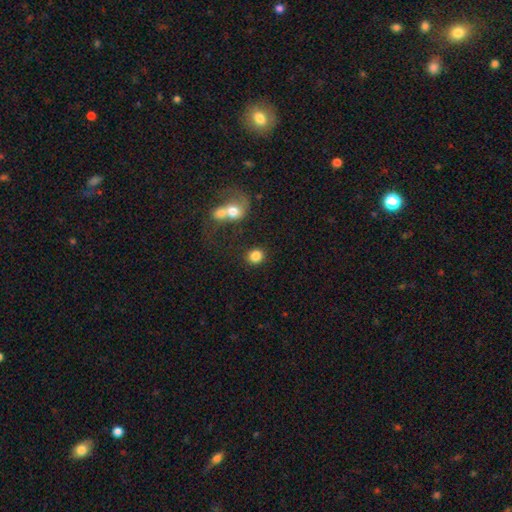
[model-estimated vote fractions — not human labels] Q: Smooth or featured?
A: smooth (84%); runner-up: star or artifact (10%)
Q: How rounded?
A: round (78%); runner-up: in between (21%)
Q: Merging?
A: none (73%); runner-up: merger (13%)